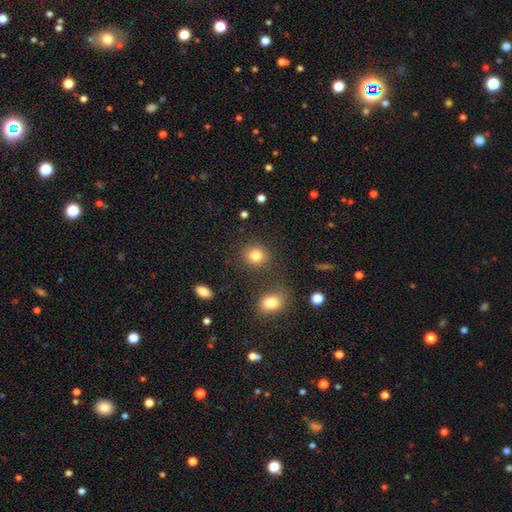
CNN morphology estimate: type=smooth (82%); roundness=round (83%); merging=none (81%).